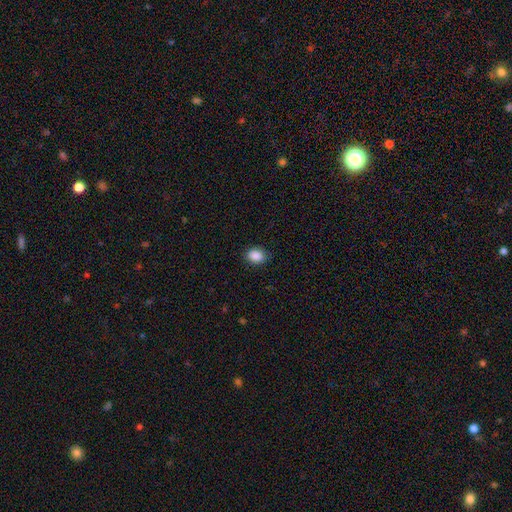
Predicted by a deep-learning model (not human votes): A smooth galaxy with no disk features (89%) that is in between round and cigar-shaped (62%).

Vote fractions:
- Smooth or featured? smooth: 89% / star or artifact: 8% / featured or disk: 3%
- How rounded? in between: 62% / round: 37% / cigar-shaped: 1%
- Merging? none: 86% / minor disturbance: 11% / major disturbance: 2% / merger: 1%